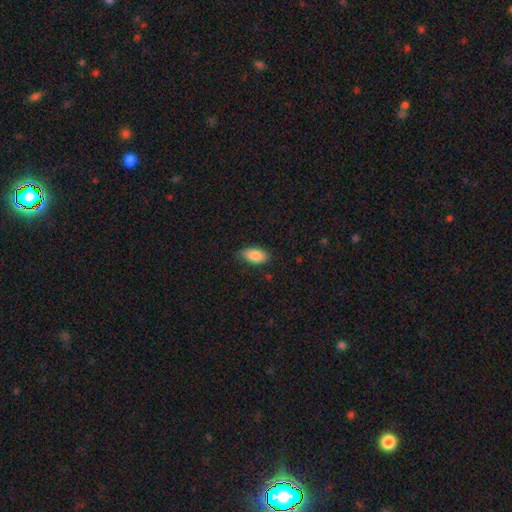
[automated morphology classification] Overall: smooth (88%). How rounded: in between (92%). Merging: none (80%).